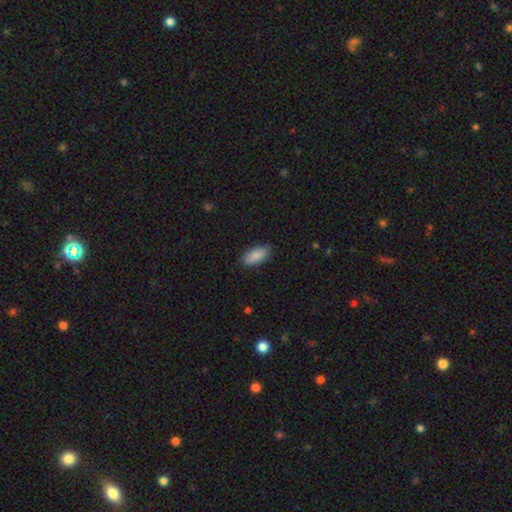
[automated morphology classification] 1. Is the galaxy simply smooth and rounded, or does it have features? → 87% smooth, 7% featured or disk, 6% star or artifact.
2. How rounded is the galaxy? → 87% in between, 11% cigar-shaped, 2% round.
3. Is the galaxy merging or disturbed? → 86% none, 11% minor disturbance, 2% major disturbance, 1% merger.